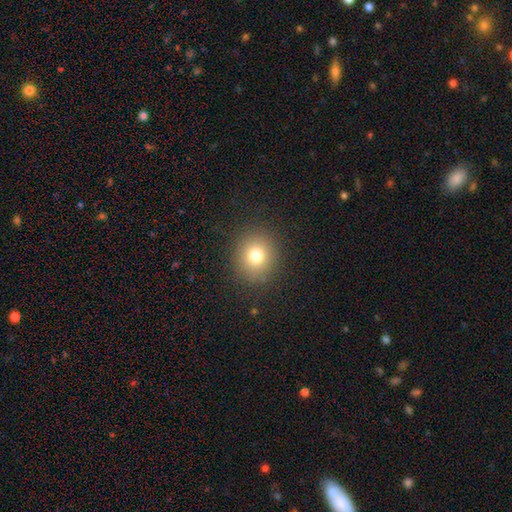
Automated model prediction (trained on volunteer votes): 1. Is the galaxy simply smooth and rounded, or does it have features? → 78% smooth, 13% star or artifact, 9% featured or disk.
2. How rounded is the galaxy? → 82% round, 18% in between, 1% cigar-shaped.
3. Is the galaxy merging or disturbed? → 88% none, 8% minor disturbance, 3% major disturbance, 1% merger.